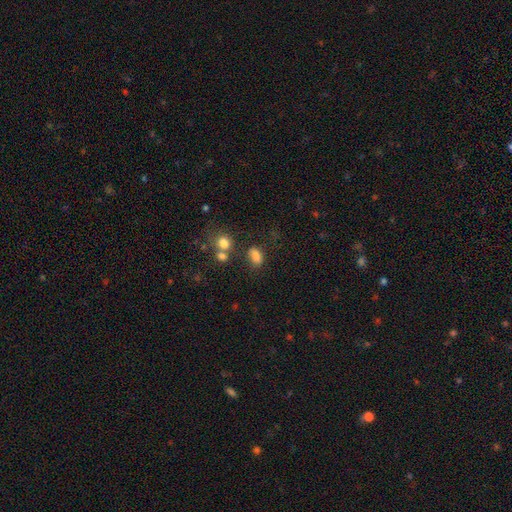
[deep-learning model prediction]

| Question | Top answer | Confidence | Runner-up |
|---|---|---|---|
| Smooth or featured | smooth | 81% | star or artifact (12%) |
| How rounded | in between | 83% | round (14%) |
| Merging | none | 61% | minor disturbance (17%) |